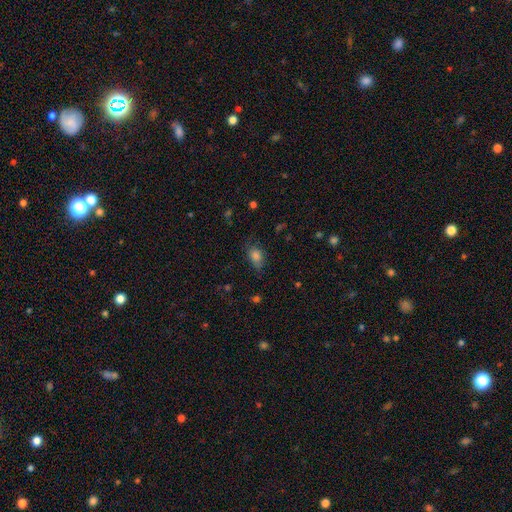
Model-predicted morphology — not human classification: type=smooth (80%); roundness=in between (74%); merging=none (64%).